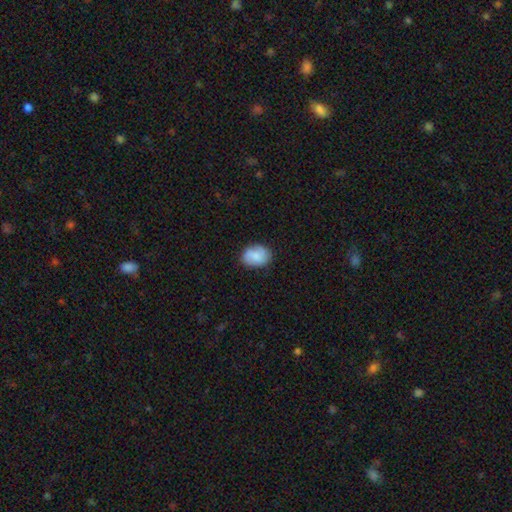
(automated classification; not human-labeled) Smooth or featured? Predicted: smooth (p=0.76). How rounded? Predicted: in between (p=0.66). Merging? Predicted: none (p=0.77).